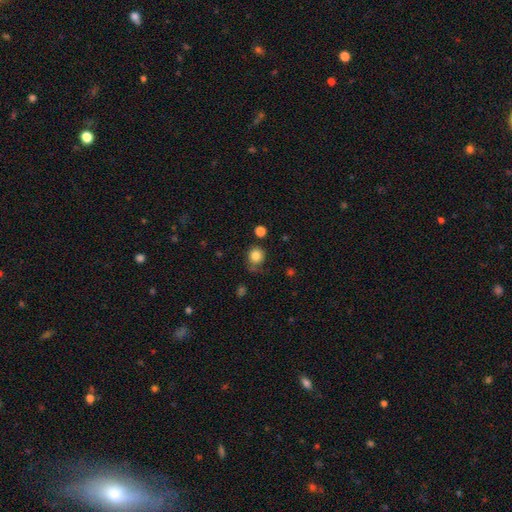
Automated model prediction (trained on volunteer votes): The model was most divided on "merging": none: 69%, minor disturbance: 18%, major disturbance: 7%, merger: 6%. More confident: how rounded — round (86%); smooth or featured — smooth (83%).